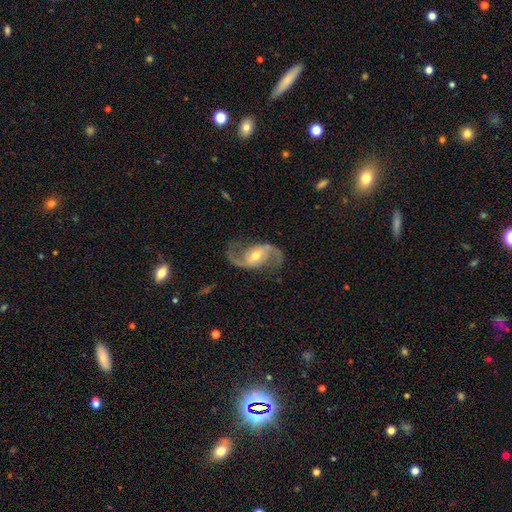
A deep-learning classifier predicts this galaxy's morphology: featured or disk 91%, star or artifact 5%, smooth 4%. Down the decision tree: edge-on disk — no (97%); bar — weak (44%); spiral arms — yes (97%); spiral arm count — 2 (94%); spiral winding — loose (53%); bulge size — moderate (57%); merging — none (80%).